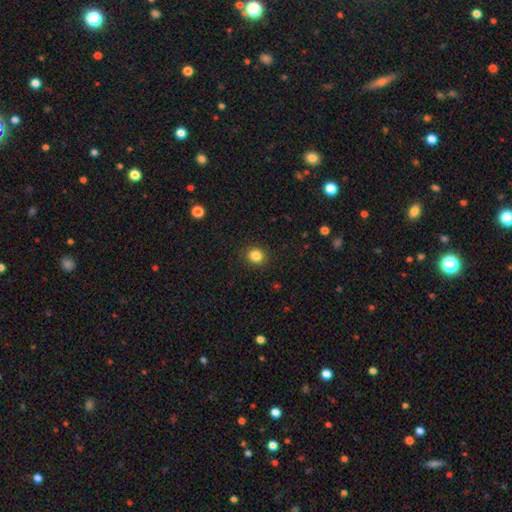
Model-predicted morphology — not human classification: Q: Smooth or featured?
A: smooth (84%); runner-up: star or artifact (11%)
Q: How rounded?
A: round (83%); runner-up: in between (16%)
Q: Merging?
A: none (91%); runner-up: minor disturbance (6%)